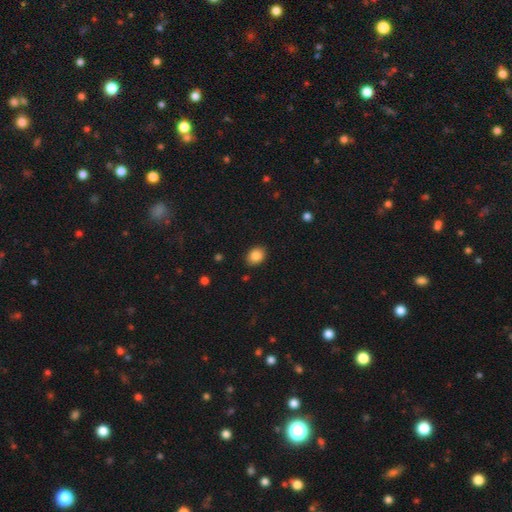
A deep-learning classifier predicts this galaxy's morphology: A smooth galaxy with no disk features (87%) that is in between round and cigar-shaped (63%). Merging: none (87%).